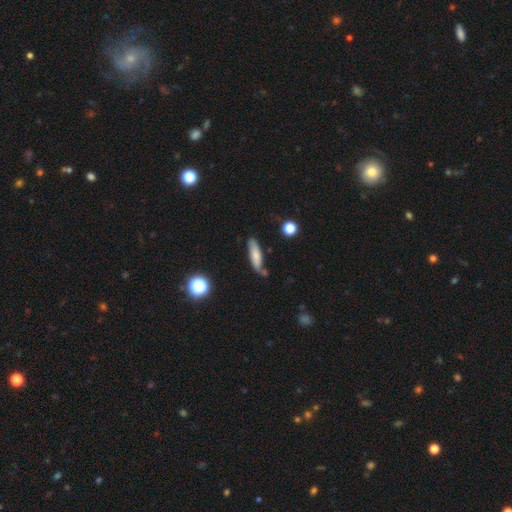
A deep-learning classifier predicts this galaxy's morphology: A smooth galaxy with no disk features (70%) that is cigar-shaped (64%). Merging: none (64%).